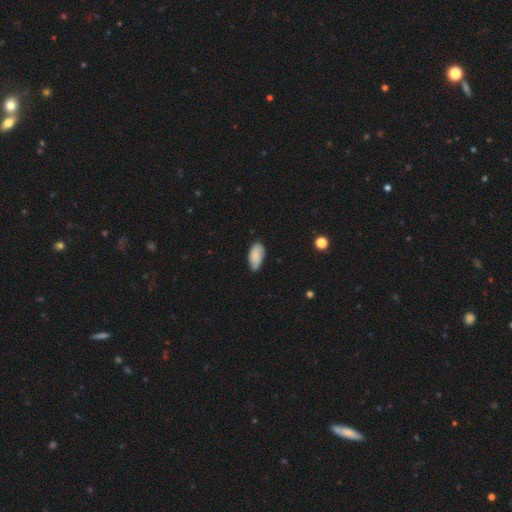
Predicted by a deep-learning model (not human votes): This is clearly a smooth galaxy (83%). How rounded: clearly in between (93%). Merging: likely none (63%).